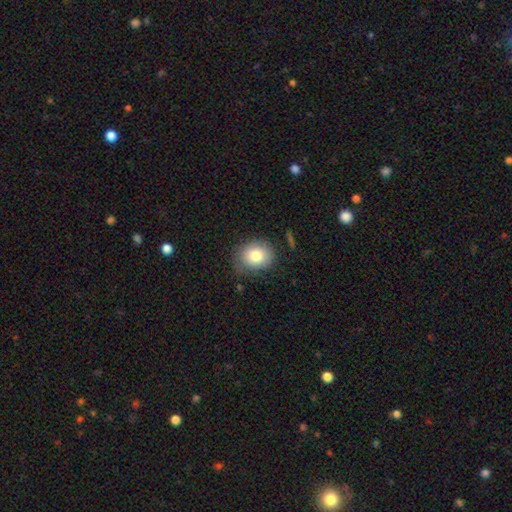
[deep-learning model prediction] The model was most divided on "how rounded": round: 63%, in between: 37%, cigar-shaped: 1%. More confident: smooth or featured — smooth (80%); merging — none (73%).